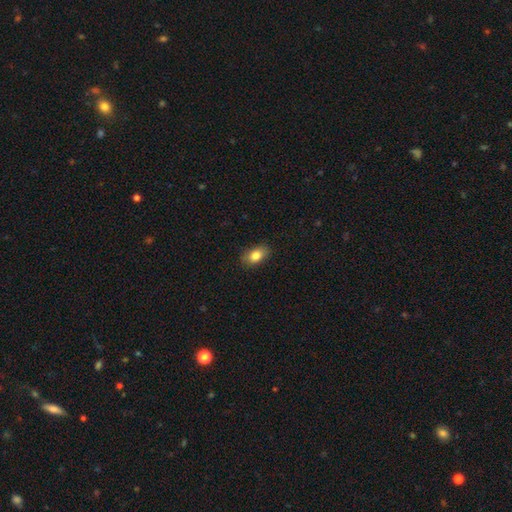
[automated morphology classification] The model was most divided on "merging": none: 85%, minor disturbance: 12%, major disturbance: 3%, merger: 1%. More confident: how rounded — in between (86%); smooth or featured — smooth (84%).